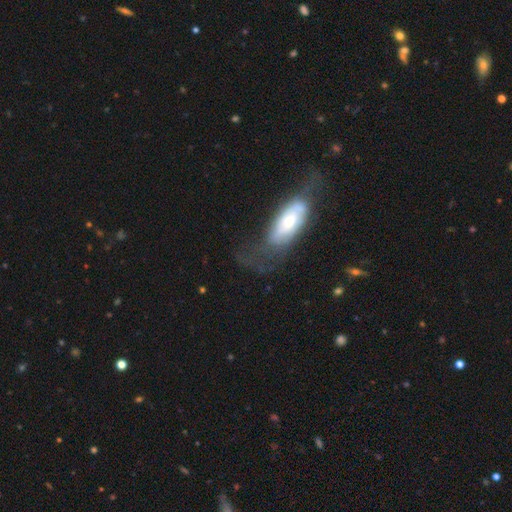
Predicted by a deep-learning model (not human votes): A featured or disk galaxy (47%). Merging: none (43%).